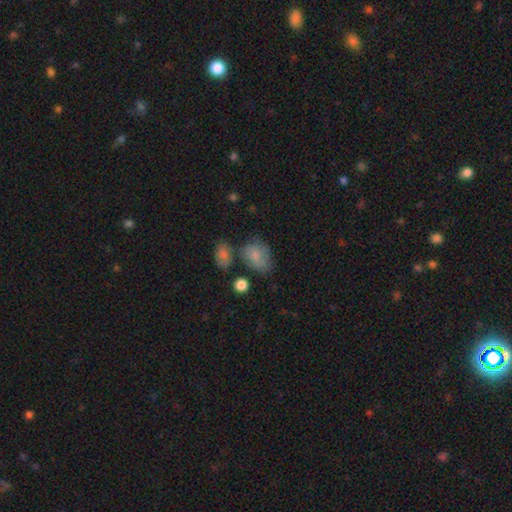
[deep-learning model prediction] The model was most divided on "merging": none: 50%, minor disturbance: 26%, merger: 12%, major disturbance: 11%. More confident: how rounded — in between (72%); smooth or featured — smooth (71%).